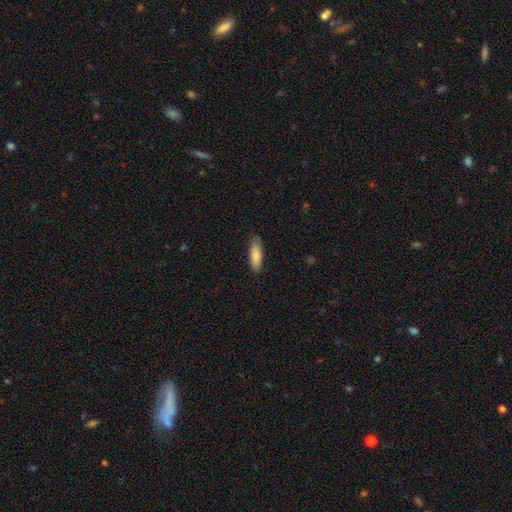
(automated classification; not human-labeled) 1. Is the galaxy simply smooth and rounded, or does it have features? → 86% smooth, 8% featured or disk, 6% star or artifact.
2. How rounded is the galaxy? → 54% in between, 44% cigar-shaped, 2% round.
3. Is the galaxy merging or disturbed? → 83% none, 13% minor disturbance, 2% major disturbance, 1% merger.